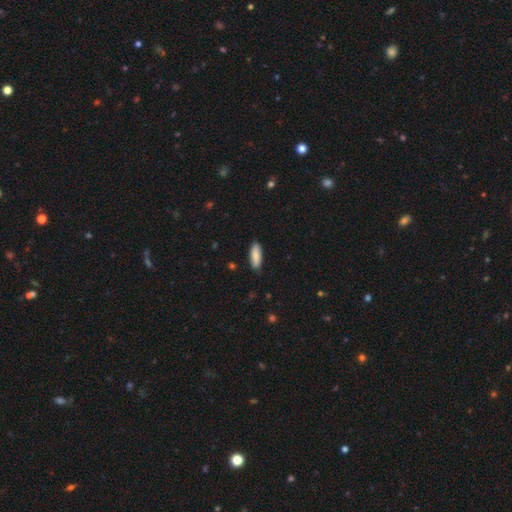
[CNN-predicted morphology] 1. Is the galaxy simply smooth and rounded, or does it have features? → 86% smooth, 8% featured or disk, 6% star or artifact.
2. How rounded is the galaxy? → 60% in between, 38% cigar-shaped, 2% round.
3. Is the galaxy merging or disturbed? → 87% none, 10% minor disturbance, 2% major disturbance, 1% merger.